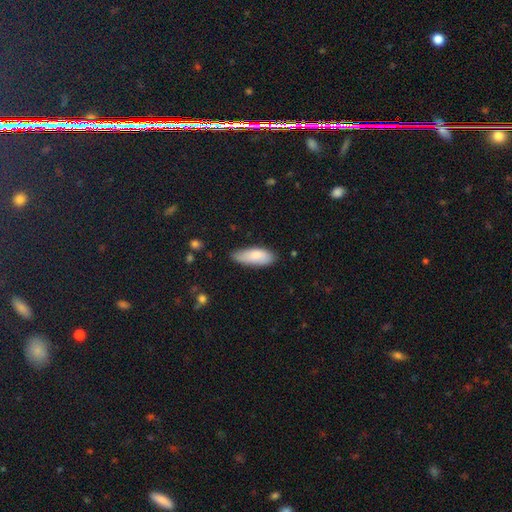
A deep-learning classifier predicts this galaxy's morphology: A smooth galaxy with no disk features (81%) that is in between round and cigar-shaped (75%).

Vote fractions:
- Smooth or featured? smooth: 81% / featured or disk: 13% / star or artifact: 6%
- How rounded? in between: 75% / cigar-shaped: 23% / round: 2%
- Merging? none: 69% / minor disturbance: 26% / major disturbance: 4% / merger: 2%